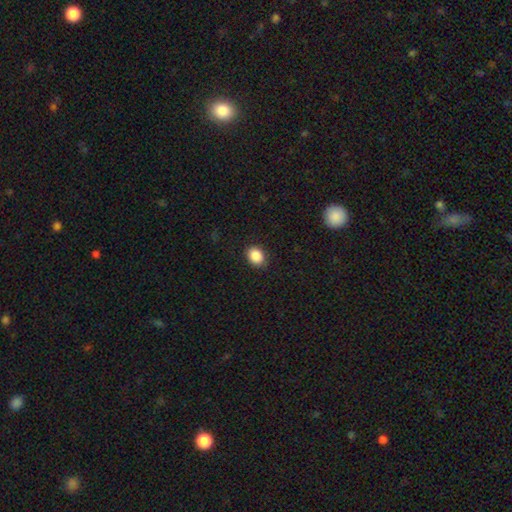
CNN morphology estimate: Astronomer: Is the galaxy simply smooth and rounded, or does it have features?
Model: smooth — 88%.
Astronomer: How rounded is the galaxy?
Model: in between — 56% (runner-up: round, 43%).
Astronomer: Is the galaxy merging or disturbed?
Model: none — 89%.